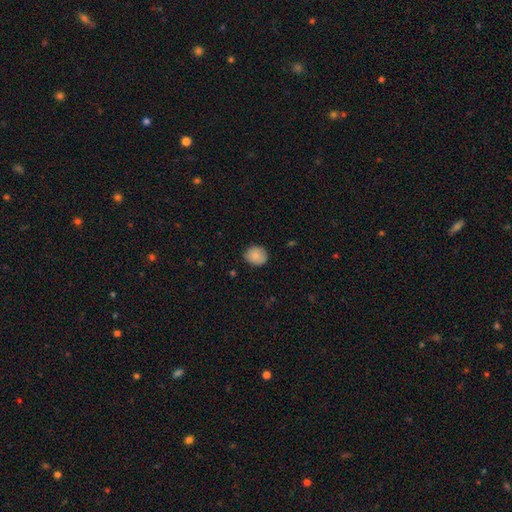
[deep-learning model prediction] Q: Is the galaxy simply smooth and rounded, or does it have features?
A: smooth — 86%.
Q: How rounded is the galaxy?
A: round — 74%.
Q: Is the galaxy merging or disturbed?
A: none — 82%.